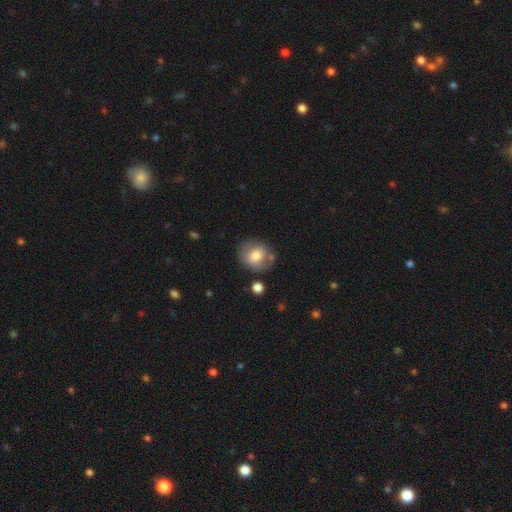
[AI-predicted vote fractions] Morphology: type=smooth (71%); roundness=round (75%); merging=none (71%).